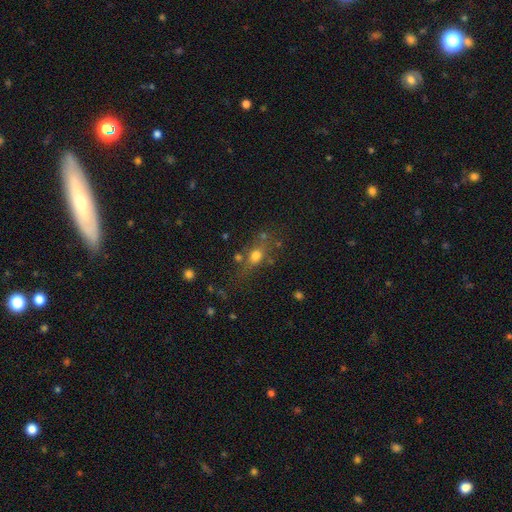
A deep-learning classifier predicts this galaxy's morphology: Q: Smooth or featured?
A: smooth (67%); runner-up: featured or disk (18%)
Q: How rounded?
A: in between (54%); runner-up: round (31%)
Q: Merging?
A: none (62%); runner-up: minor disturbance (18%)